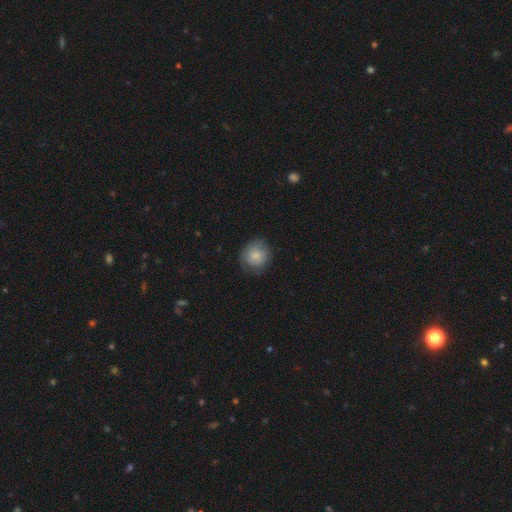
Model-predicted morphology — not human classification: The model was most divided on "merging": none: 76%, minor disturbance: 18%, major disturbance: 5%, merger: 1%. More confident: how rounded — round (86%); smooth or featured — smooth (81%).